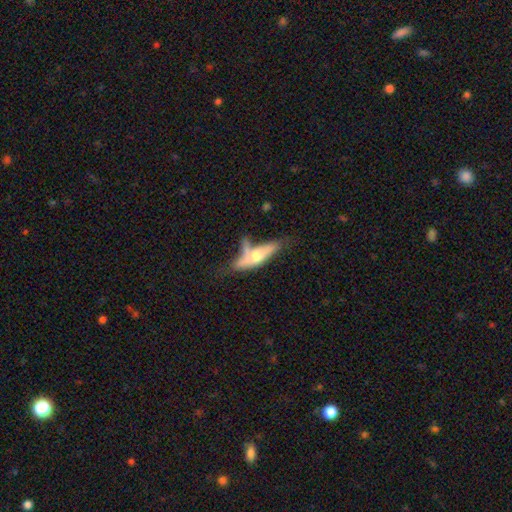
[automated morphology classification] Q: Smooth or featured?
A: smooth (51%); runner-up: featured or disk (43%)
Q: How rounded?
A: cigar-shaped (56%); runner-up: in between (41%)
Q: Merging?
A: none (34%); runner-up: merger (32%)